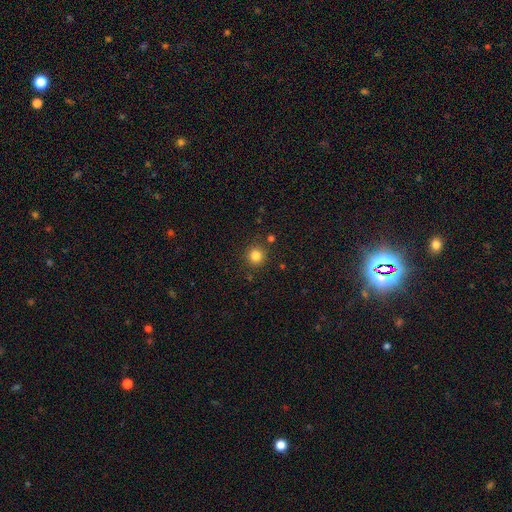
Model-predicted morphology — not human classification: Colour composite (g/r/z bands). It shows a smooth galaxy with no disk features (82%) that is round (94%). Merging: none (87%).